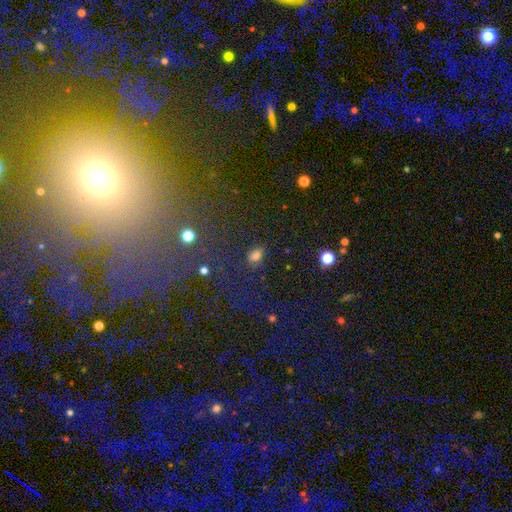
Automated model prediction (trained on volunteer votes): Morphology: type=smooth (74%); roundness=in between (82%); merging=none (72%).